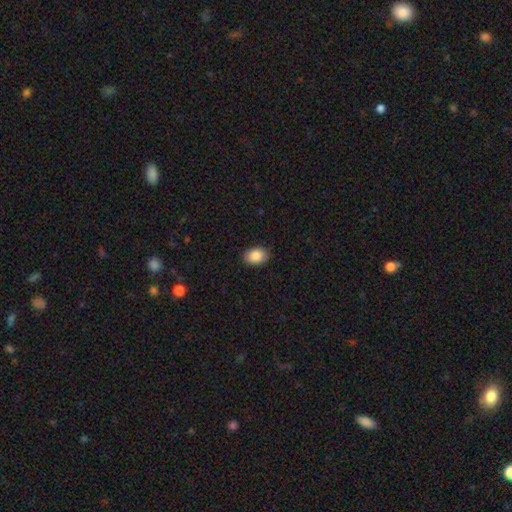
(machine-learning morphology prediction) Q: Smooth or featured?
A: smooth (88%); runner-up: star or artifact (7%)
Q: How rounded?
A: in between (82%); runner-up: round (17%)
Q: Merging?
A: none (89%); runner-up: minor disturbance (9%)